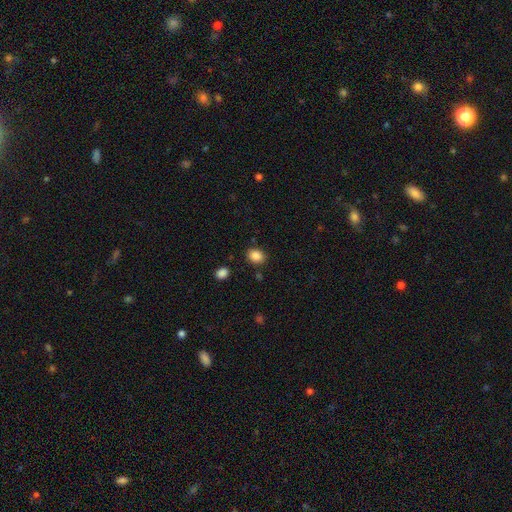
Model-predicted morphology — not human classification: Q: Smooth or featured?
A: smooth (87%); runner-up: star or artifact (9%)
Q: How rounded?
A: in between (52%); runner-up: round (47%)
Q: Merging?
A: none (85%); runner-up: minor disturbance (9%)